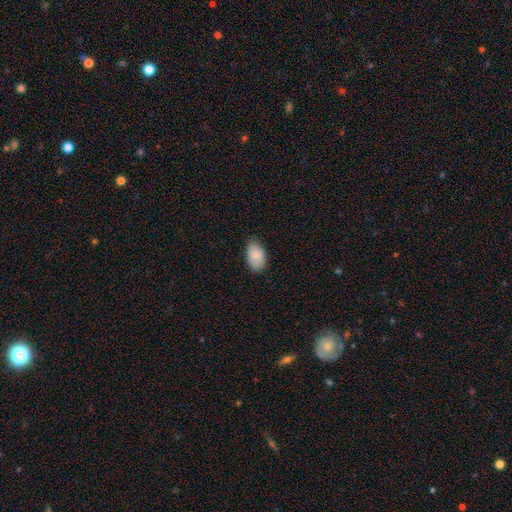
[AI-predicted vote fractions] A smooth galaxy with no disk features (86%) that is in between round and cigar-shaped (93%).

Vote fractions:
- Smooth or featured? smooth: 86% / featured or disk: 8% / star or artifact: 7%
- How rounded? in between: 93% / round: 6% / cigar-shaped: 1%
- Merging? none: 75% / minor disturbance: 21% / major disturbance: 3% / merger: 1%